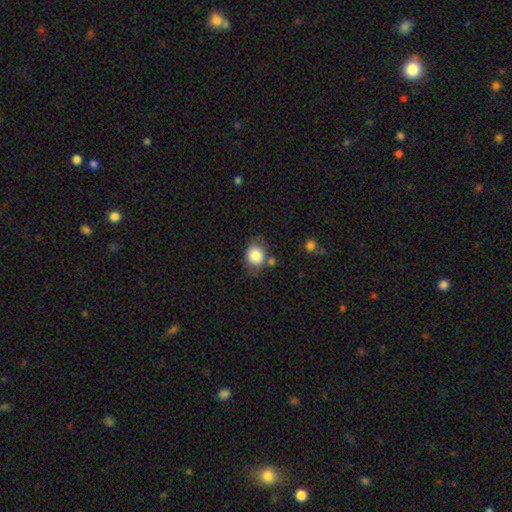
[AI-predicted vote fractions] The model was most divided on "how rounded": round: 61%, in between: 38%, cigar-shaped: 1%. More confident: smooth or featured — smooth (84%); merging — none (63%).